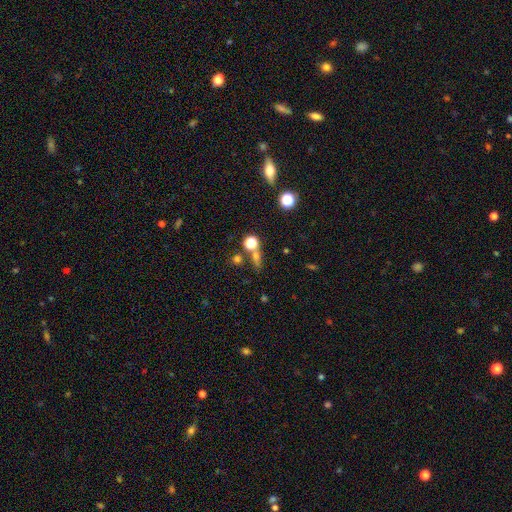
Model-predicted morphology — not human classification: smooth_or_featured: smooth (p=0.56) [alt: star or artifact p=0.28]
how_rounded: round (p=0.57) [alt: in between p=0.27]
merging: none (p=0.60) [alt: merger p=0.24]